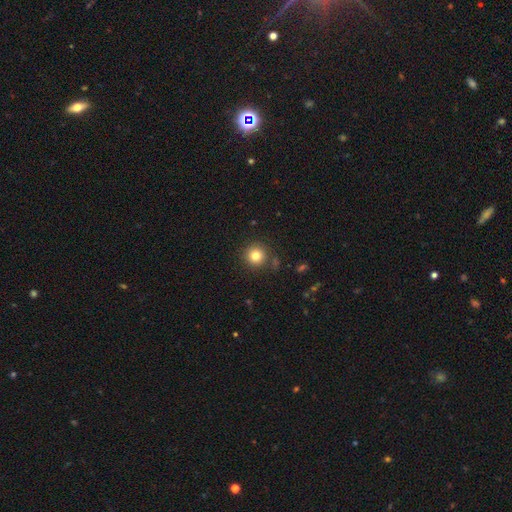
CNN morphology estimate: This appears to be a smooth galaxy with no disk features (80%) that is round (95%). Merging: none (86%).